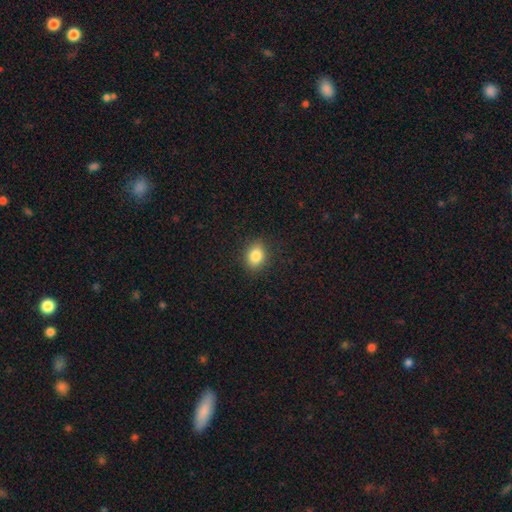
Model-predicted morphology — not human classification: This appears to be a smooth galaxy with no disk features (84%) that is in between round and cigar-shaped (54%). Merging: none (88%).